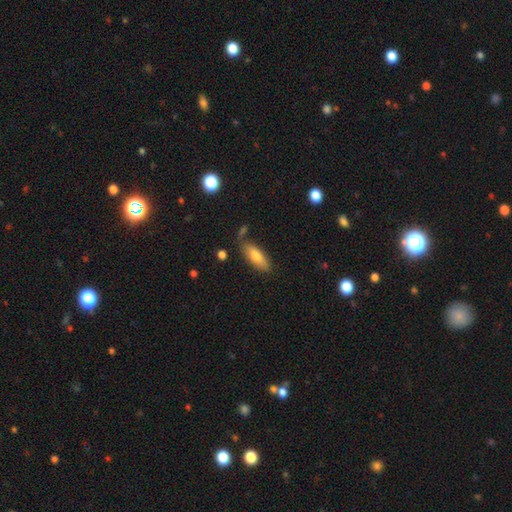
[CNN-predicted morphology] The model was most divided on "how rounded": in between: 68%, cigar-shaped: 30%, round: 2%. More confident: smooth or featured — smooth (77%); merging — none (74%).